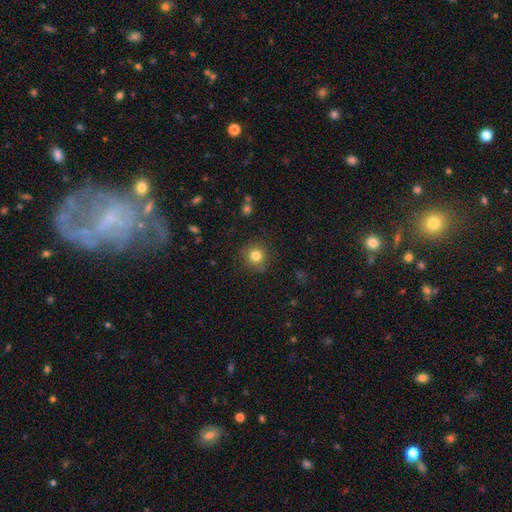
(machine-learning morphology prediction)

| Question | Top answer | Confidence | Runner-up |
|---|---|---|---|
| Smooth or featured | smooth | 82% | star or artifact (12%) |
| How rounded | round | 92% | in between (8%) |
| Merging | none | 87% | minor disturbance (9%) |